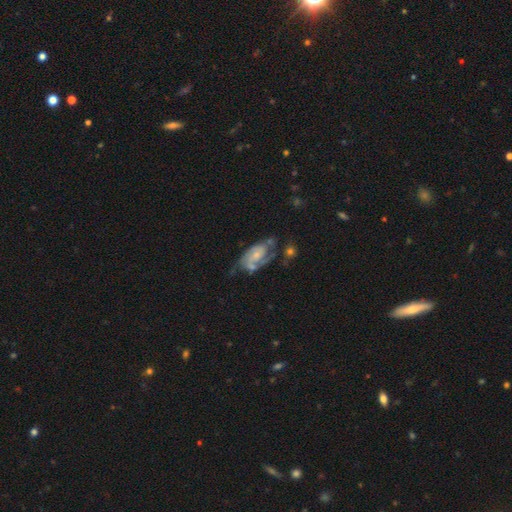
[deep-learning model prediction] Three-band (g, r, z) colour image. It shows a featured or disk galaxy (80%) with no bar (59%), 2 (70%) medium (45%) spiral arms (93%) and a small central bulge (55%). Merging: none (46%).